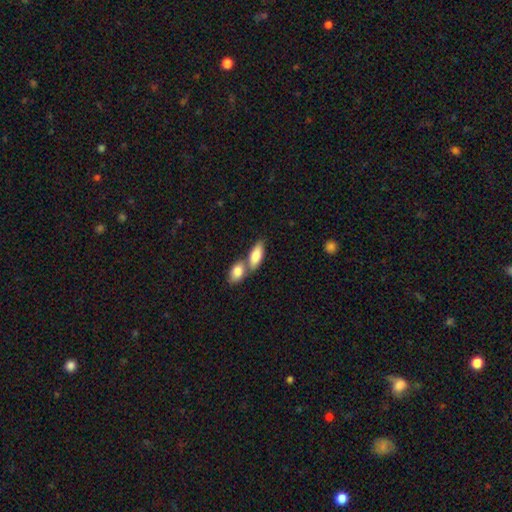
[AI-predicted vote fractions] smooth 80%, featured or disk 14%, star or artifact 6%. Down the decision tree: how rounded — in between (80%); merging — merger (51%).